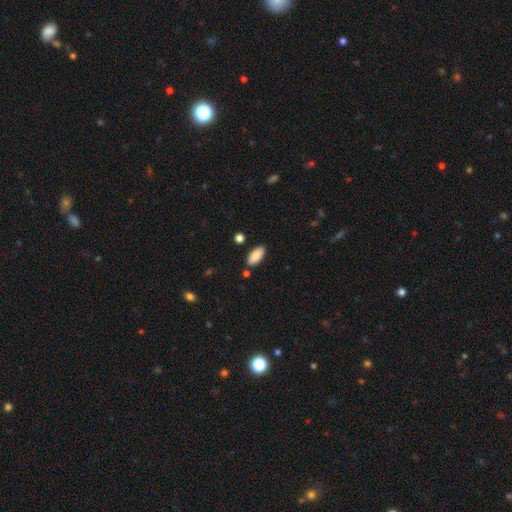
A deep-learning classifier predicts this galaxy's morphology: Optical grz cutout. It shows a smooth galaxy with no disk features (87%) that is in between round and cigar-shaped (90%). Merging: none (84%).